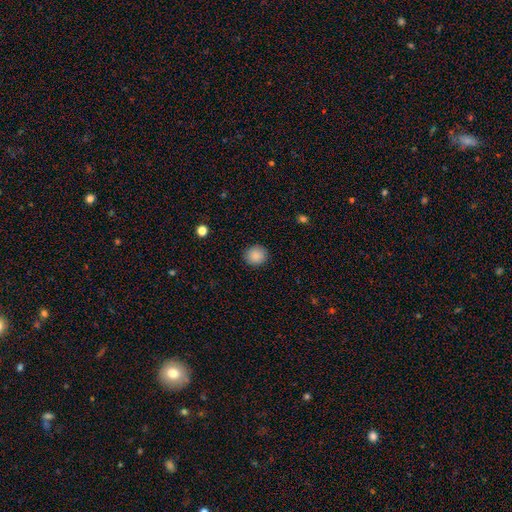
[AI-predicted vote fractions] Smooth or featured? smooth (88%)
How rounded? round (88%)
Merging? none (90%)